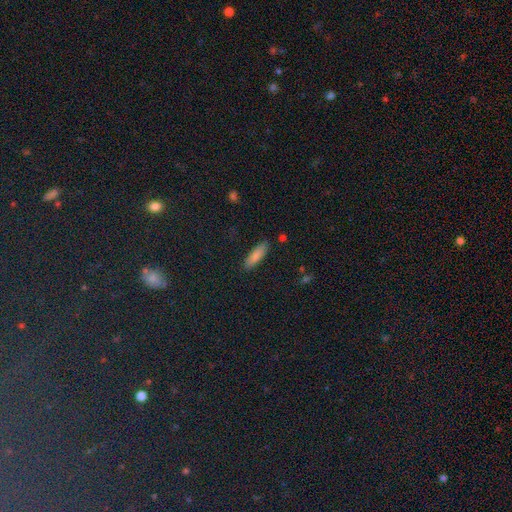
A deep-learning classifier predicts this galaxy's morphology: A smooth galaxy with no disk features (83%) that is cigar-shaped (54%).

Vote fractions:
- Smooth or featured? smooth: 83% / featured or disk: 9% / star or artifact: 8%
- How rounded? cigar-shaped: 54% / in between: 44% / round: 2%
- Merging? none: 87% / minor disturbance: 9% / major disturbance: 2% / merger: 2%